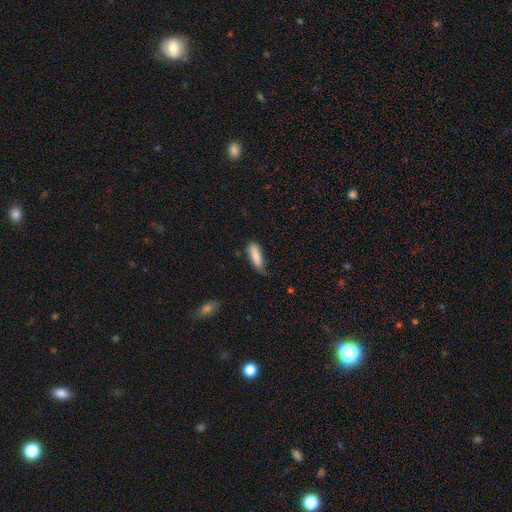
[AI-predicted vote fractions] This appears to be a smooth galaxy with no disk features (83%) that is cigar-shaped (52%). Merging: none (48%).